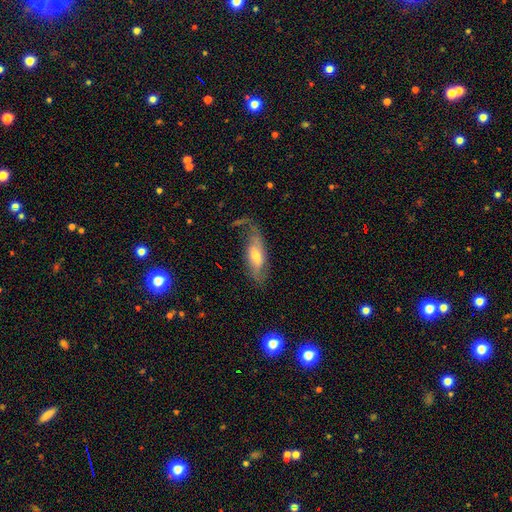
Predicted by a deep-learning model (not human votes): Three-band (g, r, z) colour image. It shows a featured or disk galaxy (59%). Merging: none (49%).